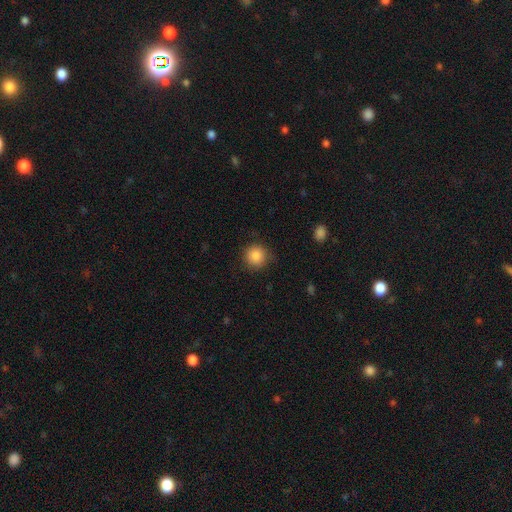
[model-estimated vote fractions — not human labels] Q: Smooth or featured?
A: smooth (86%); runner-up: star or artifact (10%)
Q: How rounded?
A: round (94%); runner-up: in between (5%)
Q: Merging?
A: none (87%); runner-up: minor disturbance (10%)